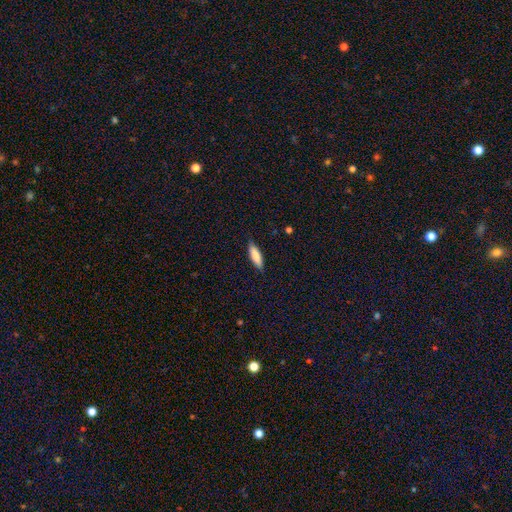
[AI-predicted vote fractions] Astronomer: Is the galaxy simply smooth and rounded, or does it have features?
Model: smooth — 82%.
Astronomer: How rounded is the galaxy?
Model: cigar-shaped — 55% (runner-up: in between, 44%).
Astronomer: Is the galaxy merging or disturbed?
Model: none — 85%.